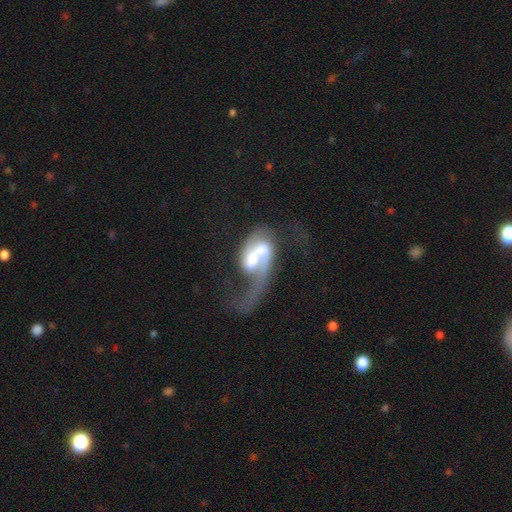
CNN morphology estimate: Smooth or featured? featured or disk (73%)
Edge-on disk? no (96%)
Bar? no (49%)
Spiral arms? yes (85%)
Spiral winding? loose (67%)
Spiral arm count? 1 (67%)
Bulge size? moderate (45%)
Merging? merger (47%)